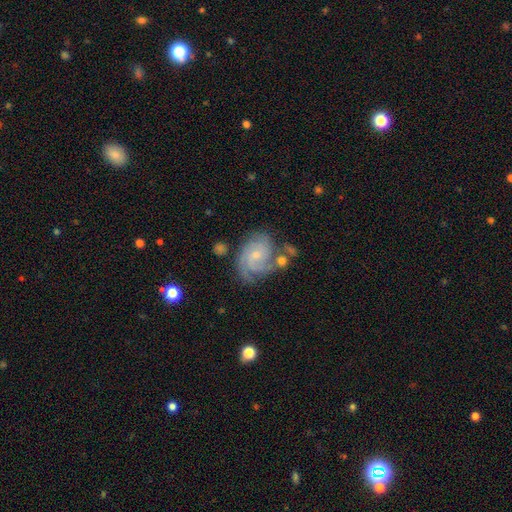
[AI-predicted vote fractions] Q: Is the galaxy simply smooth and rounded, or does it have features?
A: featured or disk — 86%.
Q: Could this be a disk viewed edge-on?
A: no — 98%.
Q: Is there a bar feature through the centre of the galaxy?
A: no — 65%.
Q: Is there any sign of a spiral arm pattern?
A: yes — 97%.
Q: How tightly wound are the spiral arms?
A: tight — 61%.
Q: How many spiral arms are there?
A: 3 — 41%.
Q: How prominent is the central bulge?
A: small — 71%.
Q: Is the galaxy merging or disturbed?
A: none — 59%.